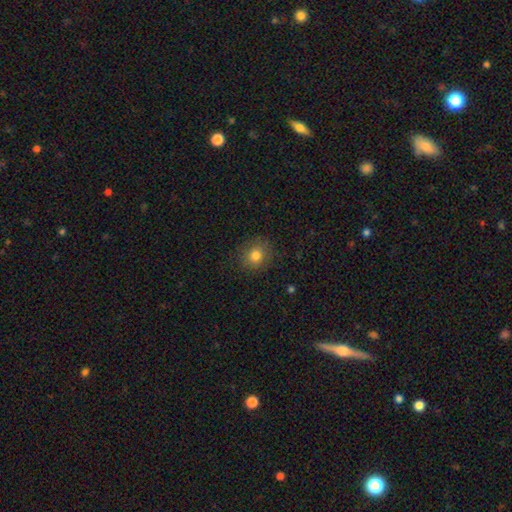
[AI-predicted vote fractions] smooth_or_featured: smooth (p=0.80) [alt: star or artifact p=0.12]
how_rounded: round (p=0.82) [alt: in between p=0.17]
merging: none (p=0.87) [alt: minor disturbance p=0.09]